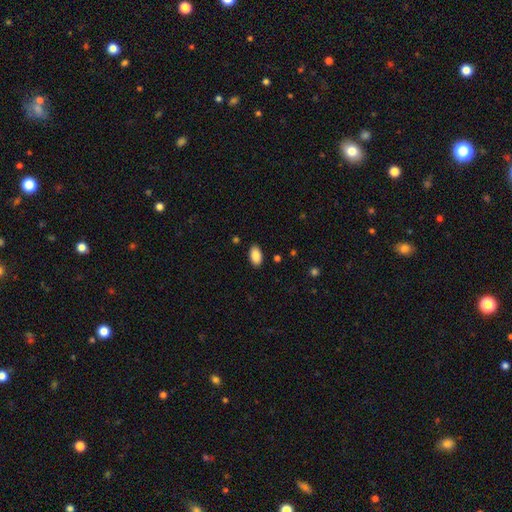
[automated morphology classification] A smooth galaxy with no disk features (87%) that is in between round and cigar-shaped (94%).

Vote fractions:
- Smooth or featured? smooth: 87% / star or artifact: 7% / featured or disk: 5%
- How rounded? in between: 94% / round: 4% / cigar-shaped: 2%
- Merging? none: 88% / minor disturbance: 9% / major disturbance: 2% / merger: 1%